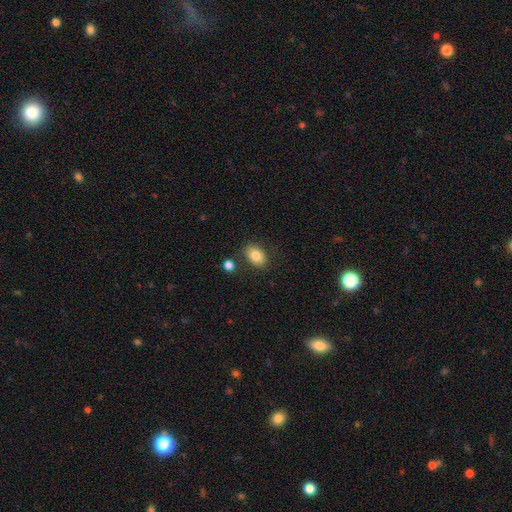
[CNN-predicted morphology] smooth 83%, star or artifact 9%, featured or disk 8%. Down the decision tree: how rounded — in between (69%); merging — none (80%).